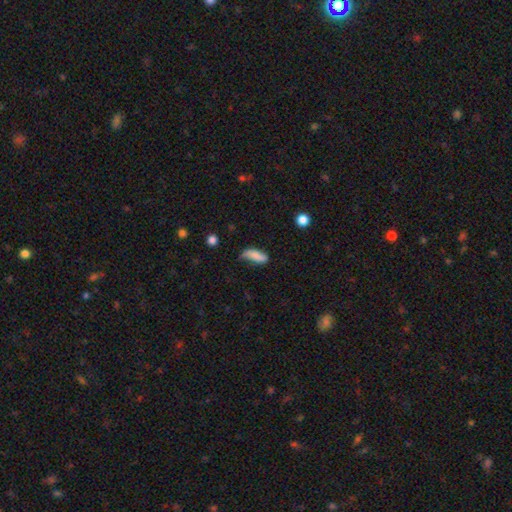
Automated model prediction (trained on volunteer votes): Smooth or featured?
  - smooth: 78% *
  - featured or disk: 15%
  - star or artifact: 8%
How rounded?
  - in between: 69% *
  - cigar-shaped: 28%
  - round: 3%
Merging?
  - none: 45% *
  - minor disturbance: 38%
  - major disturbance: 13%
  - merger: 4%